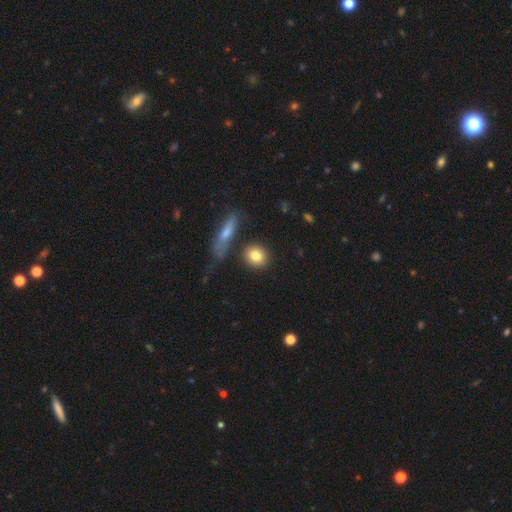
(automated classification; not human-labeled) Q: Smooth or featured?
A: smooth (81%); runner-up: featured or disk (11%)
Q: How rounded?
A: round (75%); runner-up: in between (22%)
Q: Merging?
A: none (81%); runner-up: minor disturbance (8%)